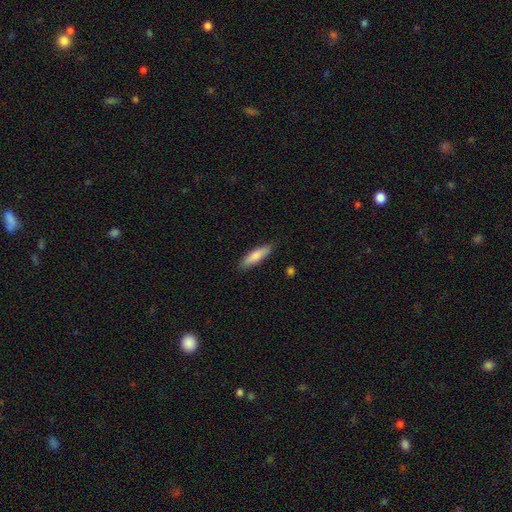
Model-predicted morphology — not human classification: Smooth or featured? smooth (82%)
How rounded? cigar-shaped (64%)
Merging? none (86%)